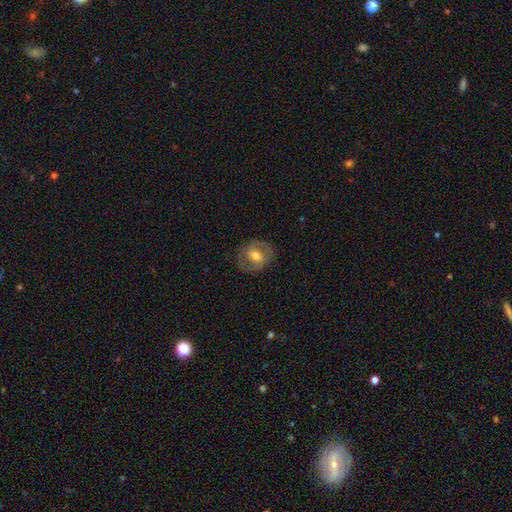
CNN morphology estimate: Q: Smooth or featured?
A: featured or disk (51%); runner-up: smooth (42%)
Q: Edge-on disk?
A: no (95%); runner-up: yes (5%)
Q: Merging?
A: none (81%); runner-up: minor disturbance (13%)